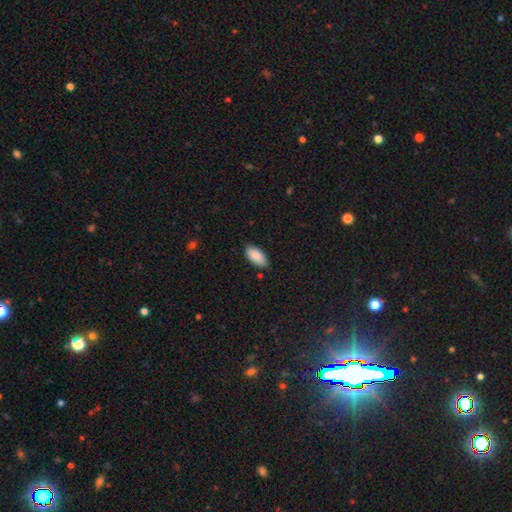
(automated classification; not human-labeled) This is clearly a smooth galaxy (87%). How rounded: clearly in between (93%). Merging: clearly none (83%).